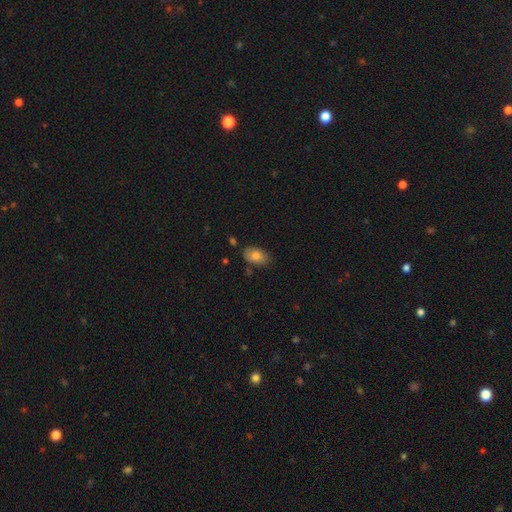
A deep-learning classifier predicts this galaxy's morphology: smooth_or_featured: smooth (p=0.82) [alt: featured or disk p=0.11]
how_rounded: in between (p=0.92) [alt: round p=0.07]
merging: none (p=0.78) [alt: minor disturbance p=0.16]